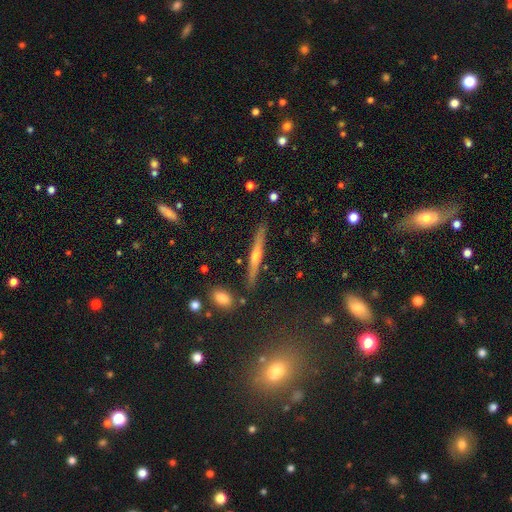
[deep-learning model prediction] A featured or disk galaxy (71%) viewed edge-on (97%) with a rounded central bulge (83%). Merging: none (89%).